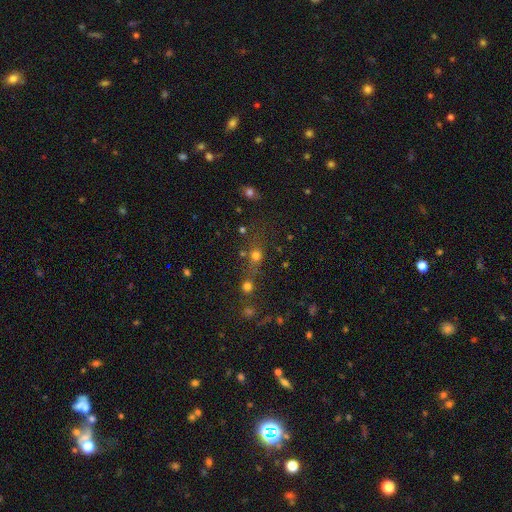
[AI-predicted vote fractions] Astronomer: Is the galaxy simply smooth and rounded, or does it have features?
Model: smooth — 65%.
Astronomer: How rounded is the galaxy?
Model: round — 78%.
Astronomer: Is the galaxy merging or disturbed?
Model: none — 54%.